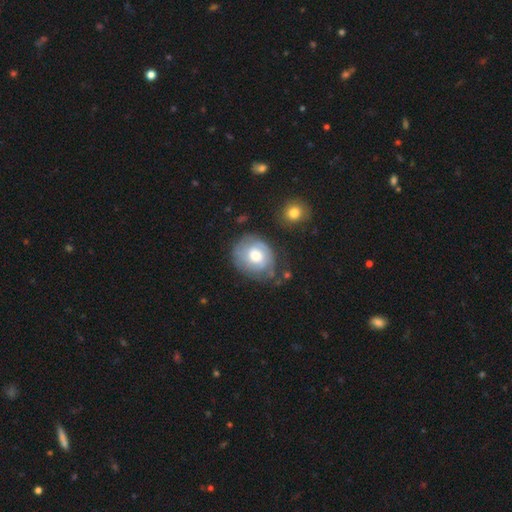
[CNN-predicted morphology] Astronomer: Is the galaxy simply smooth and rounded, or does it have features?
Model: featured or disk — 65%.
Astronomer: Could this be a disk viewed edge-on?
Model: no — 97%.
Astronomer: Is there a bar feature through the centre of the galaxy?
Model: no — 66%.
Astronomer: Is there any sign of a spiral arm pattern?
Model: yes — 80%.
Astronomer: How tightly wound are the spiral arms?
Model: tight — 65%.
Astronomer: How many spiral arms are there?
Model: can't tell — 40% (runner-up: 2, 36%).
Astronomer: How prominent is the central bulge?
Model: moderate — 60%.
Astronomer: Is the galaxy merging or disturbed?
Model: none — 64%.